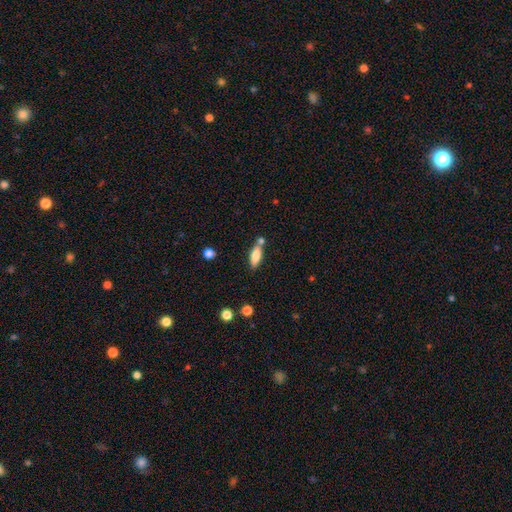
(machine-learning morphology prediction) This appears to be a smooth galaxy with no disk features (78%) that is in between round and cigar-shaped (69%). Merging: none (65%).